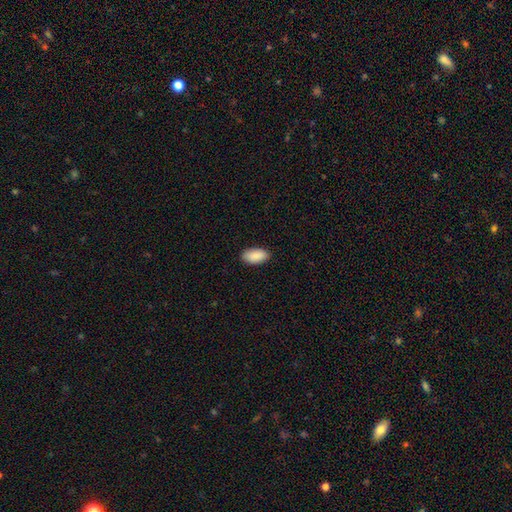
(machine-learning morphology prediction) A smooth galaxy with no disk features (91%) that is in between round and cigar-shaped (95%).

Vote fractions:
- Smooth or featured? smooth: 91% / star or artifact: 6% / featured or disk: 3%
- How rounded? in between: 95% / cigar-shaped: 3% / round: 2%
- Merging? none: 88% / minor disturbance: 9% / major disturbance: 2% / merger: 1%